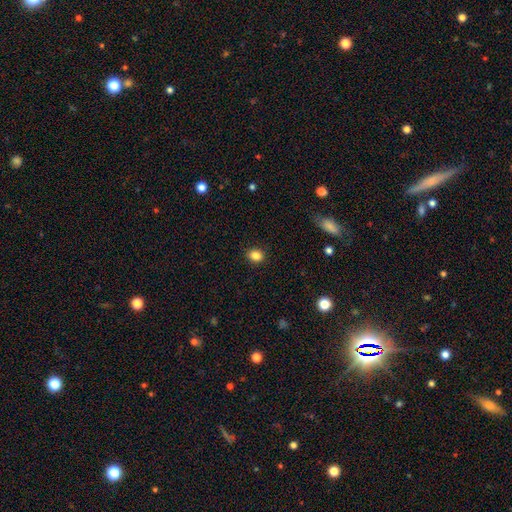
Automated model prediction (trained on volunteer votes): This is clearly a smooth galaxy (85%). How rounded: possibly round (56%). Merging: clearly none (89%).